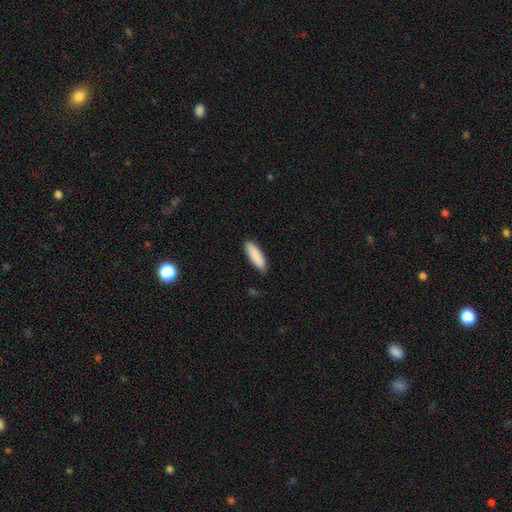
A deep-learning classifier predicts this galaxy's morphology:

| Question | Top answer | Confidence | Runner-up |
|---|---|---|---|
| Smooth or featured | smooth | 90% | star or artifact (5%) |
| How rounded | in between | 50% | cigar-shaped (49%) |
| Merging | none | 88% | minor disturbance (9%) |